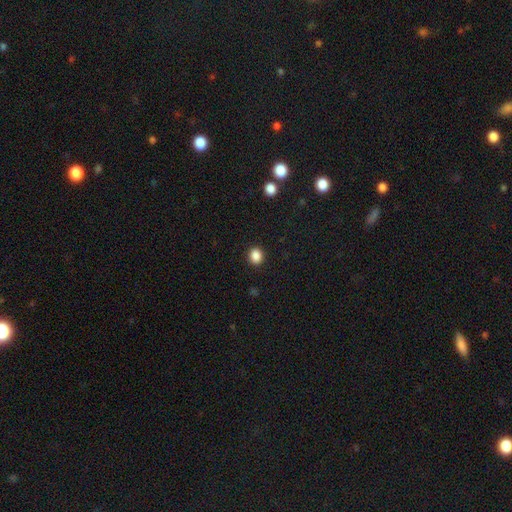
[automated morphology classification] Smooth or featured?
  - smooth: 87% *
  - star or artifact: 10%
  - featured or disk: 3%
How rounded?
  - round: 67% *
  - in between: 32%
  - cigar-shaped: 1%
Merging?
  - none: 91% *
  - minor disturbance: 6%
  - major disturbance: 2%
  - merger: 1%